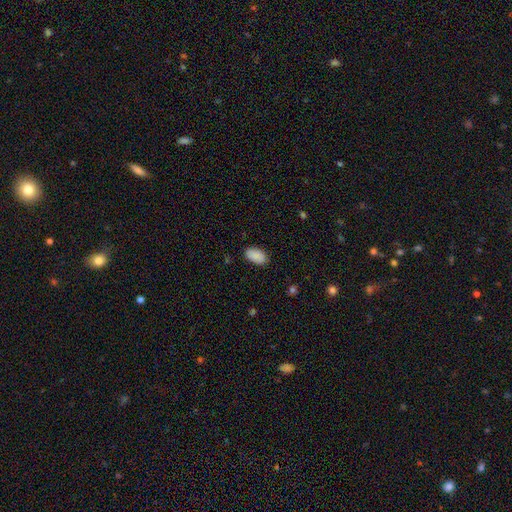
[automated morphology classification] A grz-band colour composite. It shows a smooth galaxy with no disk features (90%) that is in between round and cigar-shaped (94%). Merging: none (87%).